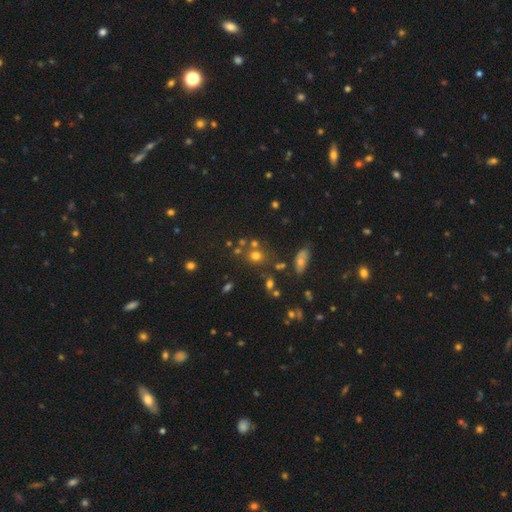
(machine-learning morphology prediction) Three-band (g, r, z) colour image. It shows a smooth galaxy with no disk features (66%) that is round (78%). Merging: none (65%).